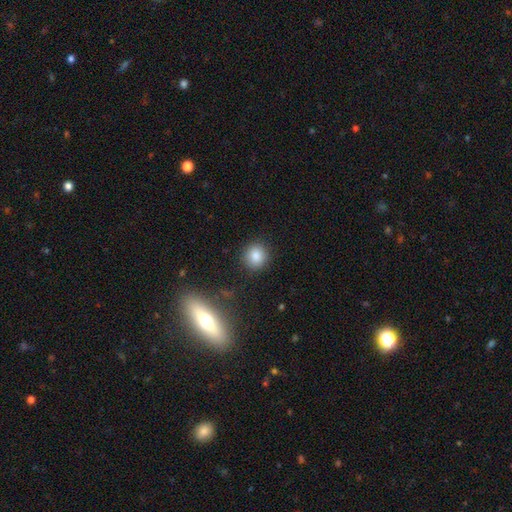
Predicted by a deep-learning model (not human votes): A smooth galaxy with no disk features (82%) that is round (90%).

Vote fractions:
- Smooth or featured? smooth: 82% / star or artifact: 12% / featured or disk: 6%
- How rounded? round: 90% / in between: 9% / cigar-shaped: 1%
- Merging? none: 89% / minor disturbance: 7% / major disturbance: 2% / merger: 2%